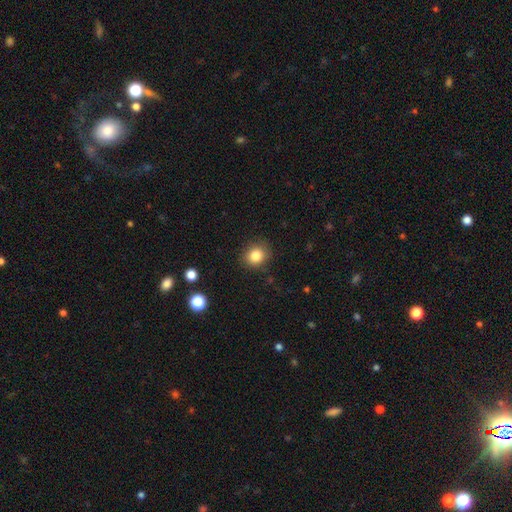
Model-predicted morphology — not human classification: smooth-or-featured: smooth: 84% | star or artifact: 10% | featured or disk: 6%
  how-rounded: round: 69% | in between: 30% | cigar-shaped: 1%
  merging: none: 86% | minor disturbance: 10% | major disturbance: 3% | merger: 1%